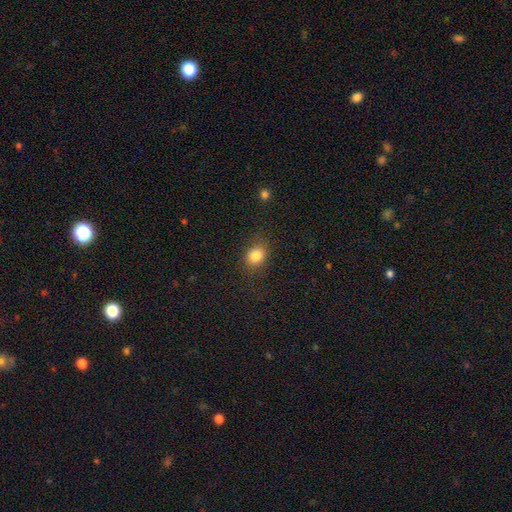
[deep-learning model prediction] Smooth or featured? Predicted: smooth (p=0.84). How rounded? Predicted: in between (p=0.50). Merging? Predicted: none (p=0.80).